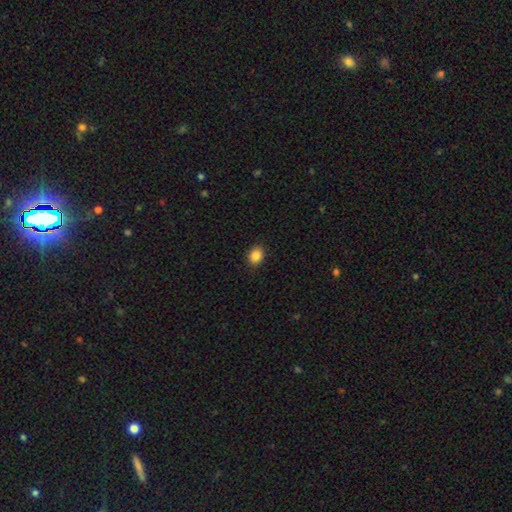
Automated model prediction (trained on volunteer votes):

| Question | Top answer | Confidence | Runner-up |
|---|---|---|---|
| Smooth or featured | smooth | 86% | star or artifact (10%) |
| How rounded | round | 55% | in between (44%) |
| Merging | none | 90% | minor disturbance (7%) |